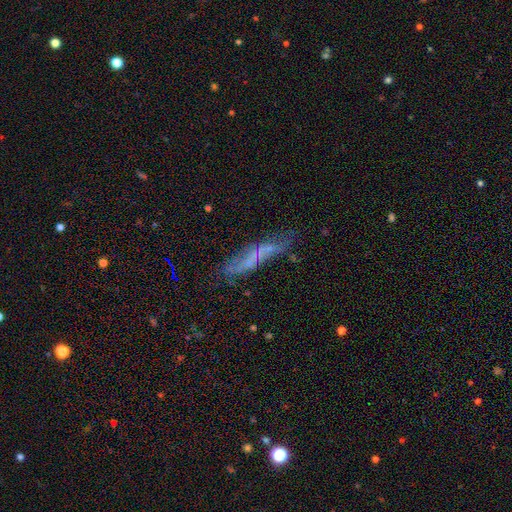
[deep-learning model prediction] smooth_or_featured: featured or disk (p=0.48) [alt: smooth p=0.39]
merging: none (p=0.59) [alt: minor disturbance p=0.23]